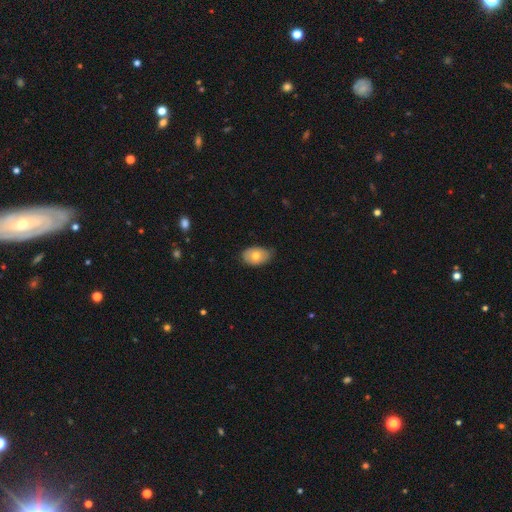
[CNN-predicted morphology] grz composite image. It shows a smooth galaxy with no disk features (70%) that is in between round and cigar-shaped (87%). Merging: none (70%).